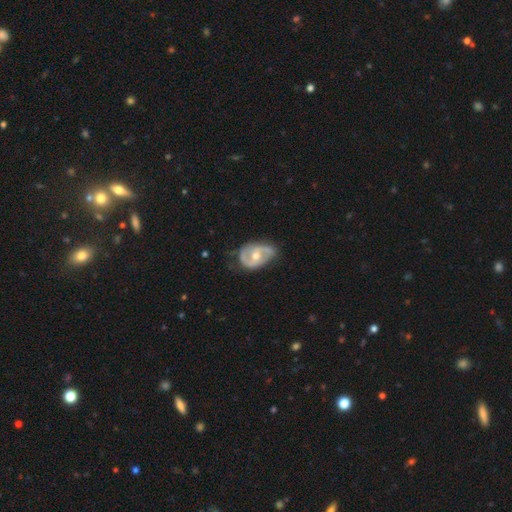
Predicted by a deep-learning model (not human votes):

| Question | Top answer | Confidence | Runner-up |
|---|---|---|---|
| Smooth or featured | featured or disk | 77% | smooth (18%) |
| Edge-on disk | no | 96% | yes (4%) |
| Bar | no | 59% | weak (30%) |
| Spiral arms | yes | 82% | no (18%) |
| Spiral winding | medium | 43% | tight (34%) |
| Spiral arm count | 2 | 75% | can't tell (13%) |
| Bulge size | moderate | 70% | small (25%) |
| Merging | none | 57% | minor disturbance (30%) |